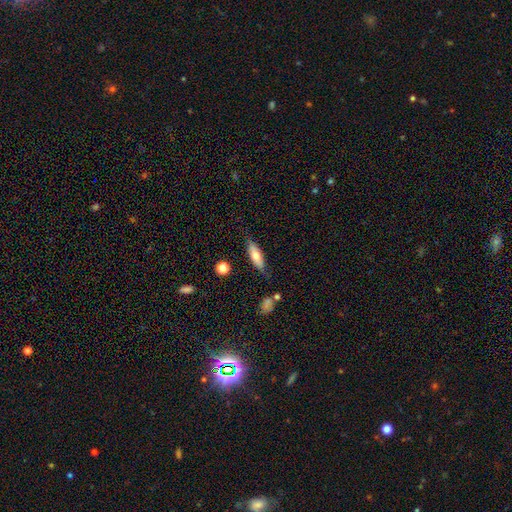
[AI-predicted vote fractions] Smooth or featured?
  - smooth: 65% *
  - featured or disk: 28%
  - star or artifact: 7%
How rounded?
  - cigar-shaped: 51% *
  - in between: 47%
  - round: 2%
Merging?
  - none: 77% *
  - minor disturbance: 17%
  - major disturbance: 4%
  - merger: 3%